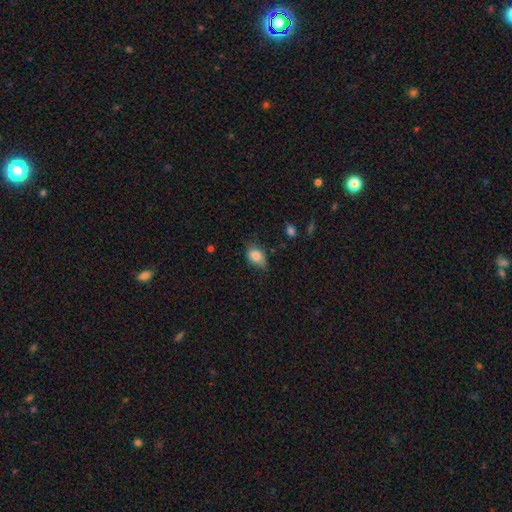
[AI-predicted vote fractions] This is clearly a smooth galaxy (83%). How rounded: likely in between (70%). Merging: possibly none (55%).